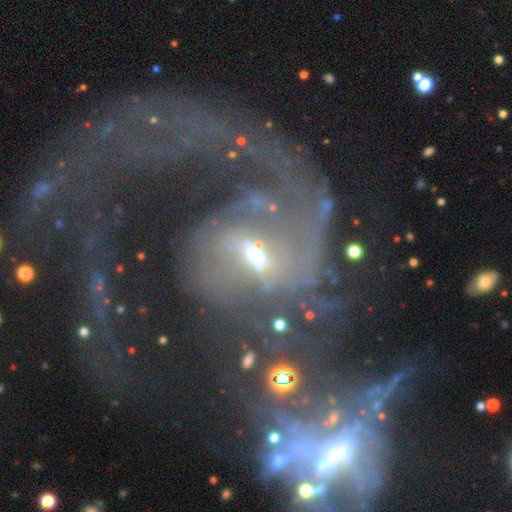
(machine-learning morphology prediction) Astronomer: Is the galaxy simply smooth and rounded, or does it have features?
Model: featured or disk — 80%.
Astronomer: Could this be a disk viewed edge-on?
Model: no — 97%.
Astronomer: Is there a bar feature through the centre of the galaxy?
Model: weak — 45% (runner-up: no, 34%).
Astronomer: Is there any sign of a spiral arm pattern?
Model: yes — 83%.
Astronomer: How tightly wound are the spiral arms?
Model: loose — 51% (runner-up: medium, 34%).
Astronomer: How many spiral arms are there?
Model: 2 — 44%.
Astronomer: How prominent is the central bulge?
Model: small — 52% (runner-up: moderate, 37%).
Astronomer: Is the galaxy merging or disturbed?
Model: major disturbance — 44% (runner-up: merger, 24%).